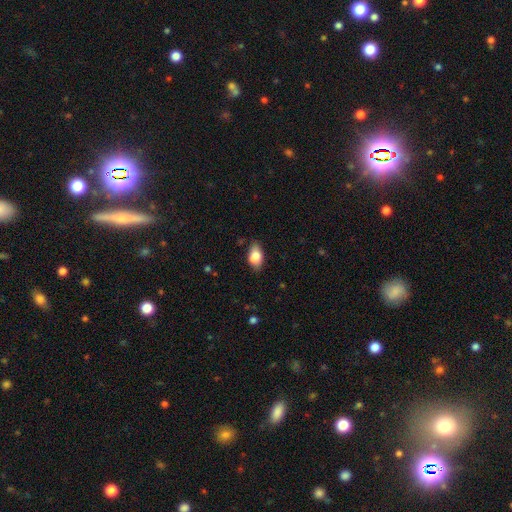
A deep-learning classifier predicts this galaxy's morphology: A smooth galaxy with no disk features (82%) that is in between round and cigar-shaped (90%). Merging: none (75%).